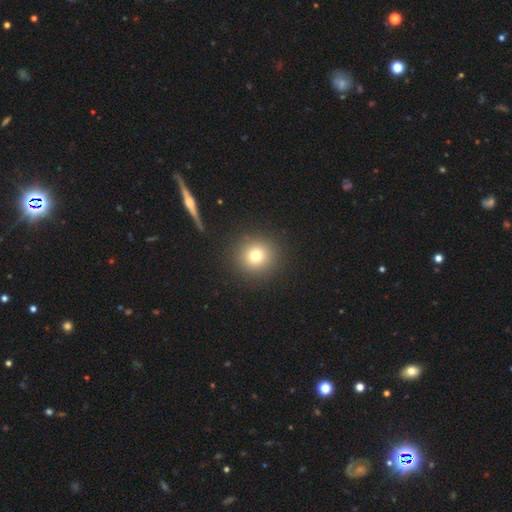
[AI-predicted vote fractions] Smooth or featured: smooth — 76% (star or artifact — 14%)
How rounded: round — 93% (in between — 6%)
Merging: none — 91% (minor disturbance — 5%)